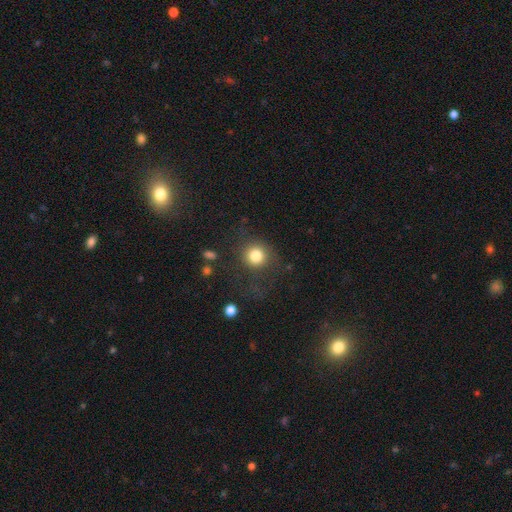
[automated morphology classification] Overall: smooth (81%). How rounded: round (90%). Merging: none (74%).